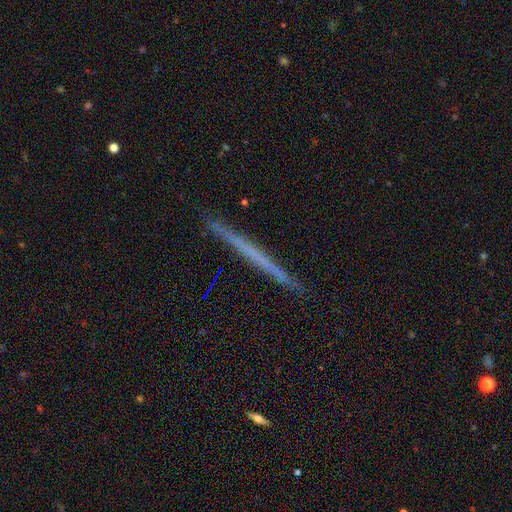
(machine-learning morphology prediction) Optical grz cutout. It shows a featured or disk galaxy (51%) viewed edge-on (97%). Merging: none (92%).